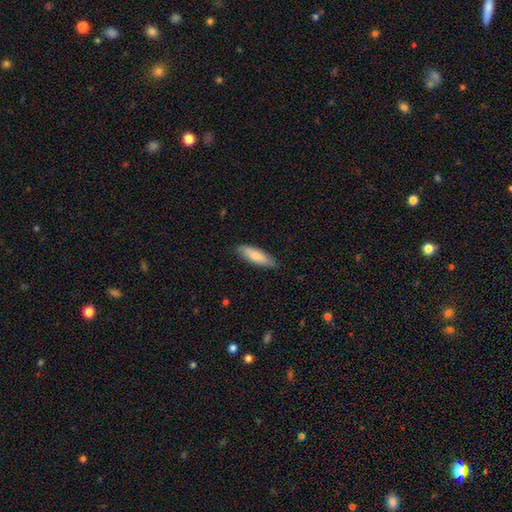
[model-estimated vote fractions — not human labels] smooth 81%, featured or disk 14%, star or artifact 5%. Down the decision tree: how rounded — in between (49%, tied with cigar-shaped); merging — none (86%).